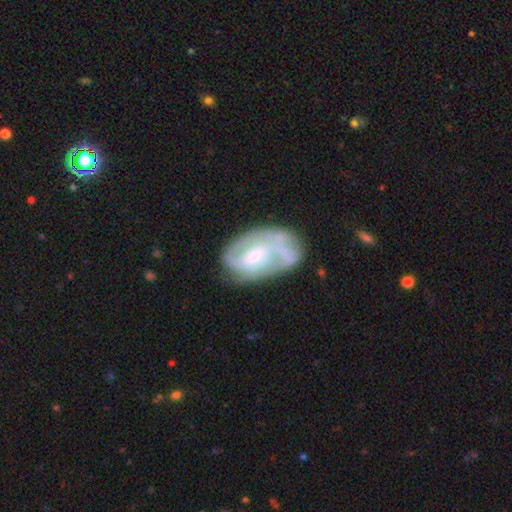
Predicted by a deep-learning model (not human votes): A featured or disk galaxy (74%) with a weak bar (45%), 2 (37%) tight (46%) spiral arms (80%) and a small central bulge (57%). Merging: none (45%).